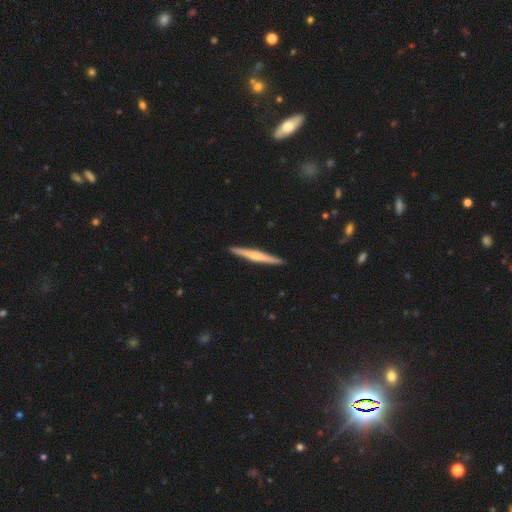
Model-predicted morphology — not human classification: A featured or disk galaxy (57%) viewed edge-on (98%) with a rounded central bulge (55%). Merging: none (92%).